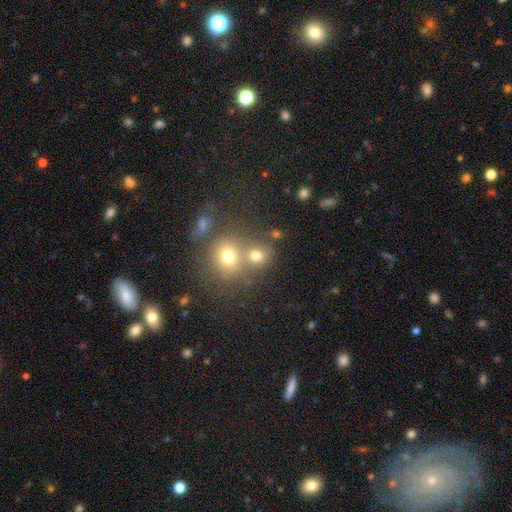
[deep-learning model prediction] Q: Smooth or featured?
A: smooth (74%); runner-up: star or artifact (16%)
Q: How rounded?
A: round (75%); runner-up: in between (24%)
Q: Merging?
A: none (47%); runner-up: merger (42%)